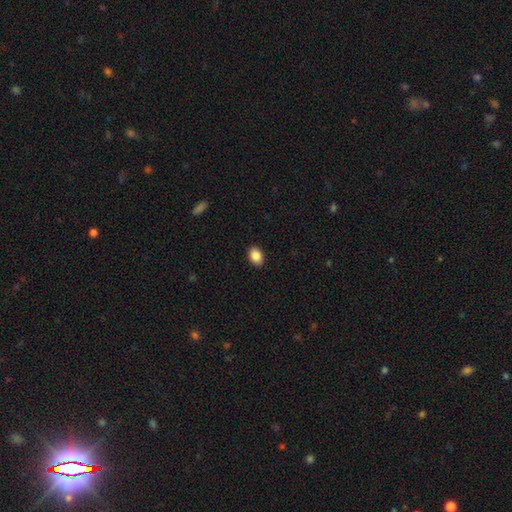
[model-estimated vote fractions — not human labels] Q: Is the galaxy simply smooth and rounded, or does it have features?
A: smooth — 88%.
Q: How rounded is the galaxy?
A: in between — 77%.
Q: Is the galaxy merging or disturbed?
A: none — 90%.